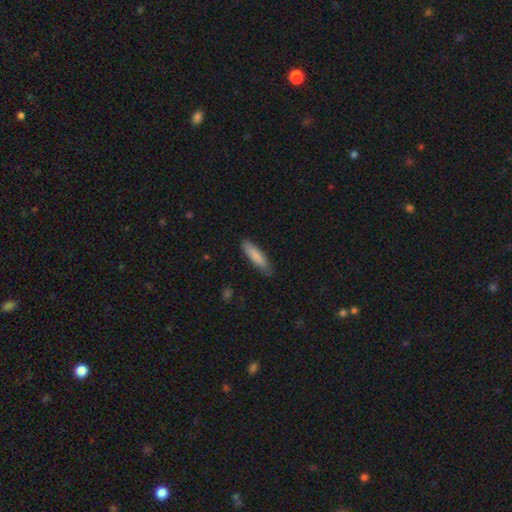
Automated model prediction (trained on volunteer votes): Morphology: type=smooth (84%); roundness=cigar-shaped (66%); merging=none (81%).